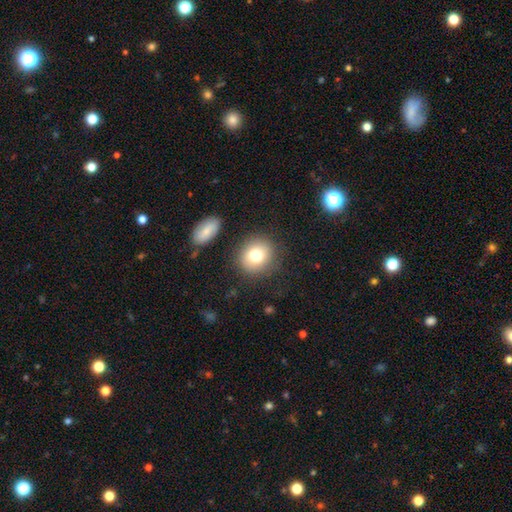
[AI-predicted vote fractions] This appears to be a smooth galaxy with no disk features (78%) that is round (80%). Merging: none (83%).